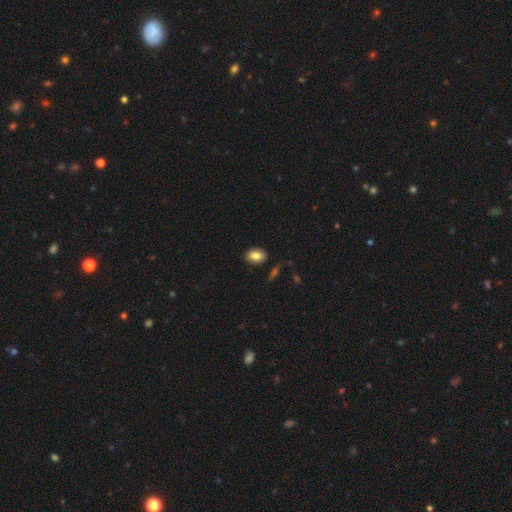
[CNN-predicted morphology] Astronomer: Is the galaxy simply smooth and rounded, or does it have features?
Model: smooth — 83%.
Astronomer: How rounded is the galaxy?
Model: in between — 86%.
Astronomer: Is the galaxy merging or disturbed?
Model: none — 85%.